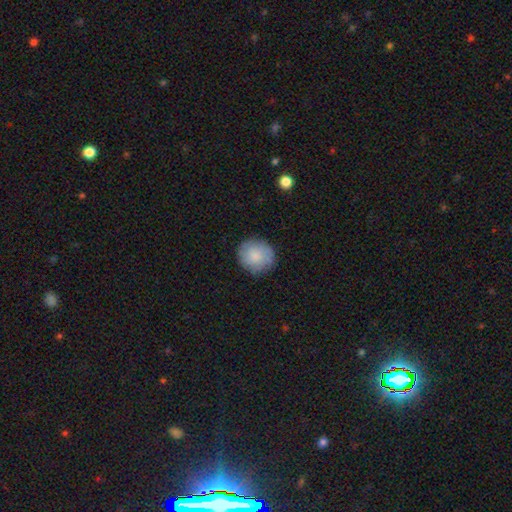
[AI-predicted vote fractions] A smooth galaxy with no disk features (79%) that is round (89%). Merging: none (83%).